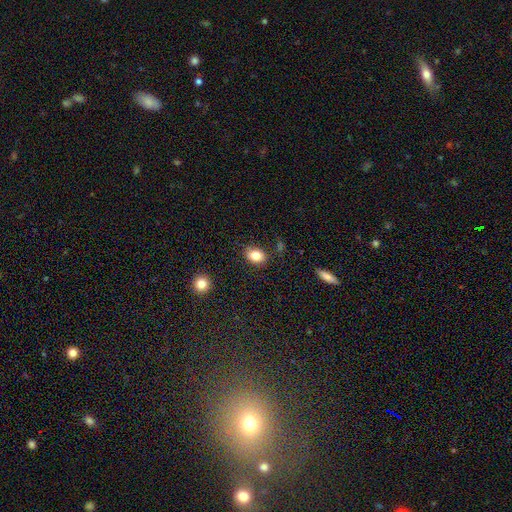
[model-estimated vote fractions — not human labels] Smooth or featured?
  - smooth: 83% *
  - star or artifact: 9%
  - featured or disk: 7%
How rounded?
  - in between: 69% *
  - round: 30%
  - cigar-shaped: 1%
Merging?
  - none: 81% *
  - minor disturbance: 13%
  - major disturbance: 3%
  - merger: 2%